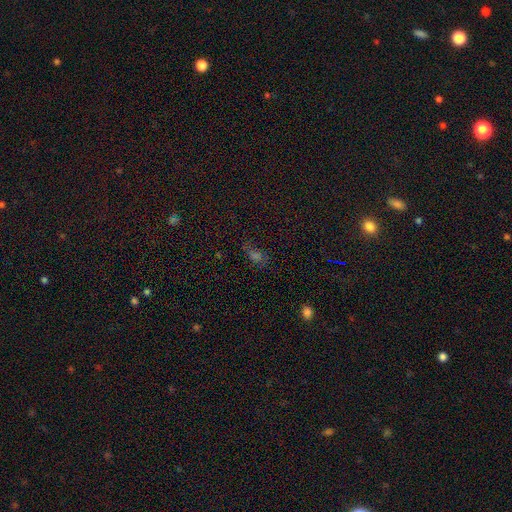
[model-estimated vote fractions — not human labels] star or artifact 42%, smooth 41%, featured or disk 16%.